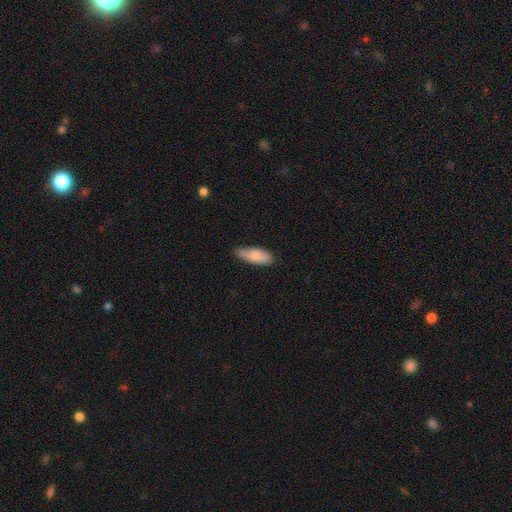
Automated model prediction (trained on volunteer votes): Smooth or featured? Predicted: smooth (p=0.81). How rounded? Predicted: in between (p=0.66). Merging? Predicted: none (p=0.77).